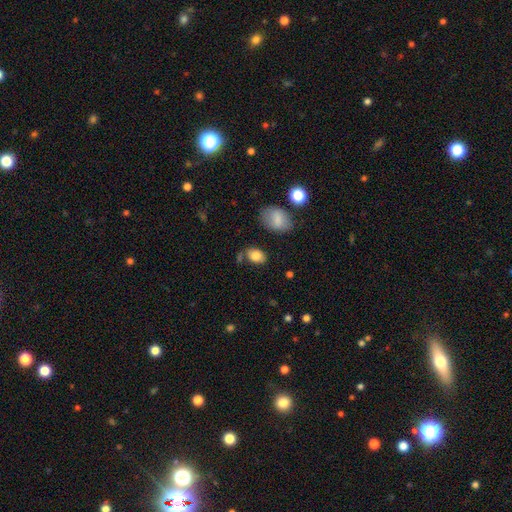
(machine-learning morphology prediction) Smooth or featured? Predicted: smooth (p=0.84). How rounded? Predicted: in between (p=0.82). Merging? Predicted: none (p=0.68).